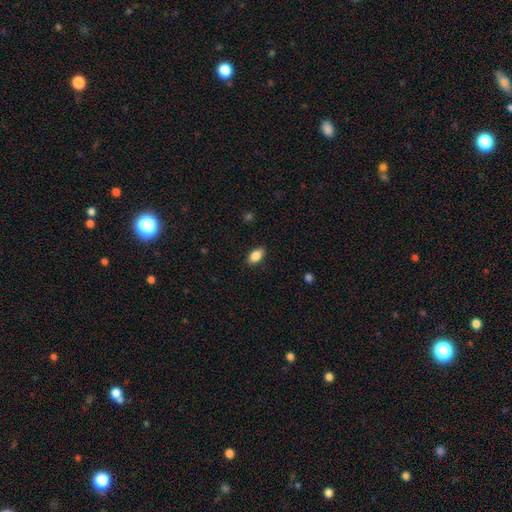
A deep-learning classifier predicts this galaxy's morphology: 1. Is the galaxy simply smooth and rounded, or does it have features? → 86% smooth, 8% star or artifact, 7% featured or disk.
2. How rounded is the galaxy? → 90% in between, 5% round, 4% cigar-shaped.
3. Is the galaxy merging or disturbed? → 87% none, 10% minor disturbance, 2% major disturbance, 1% merger.